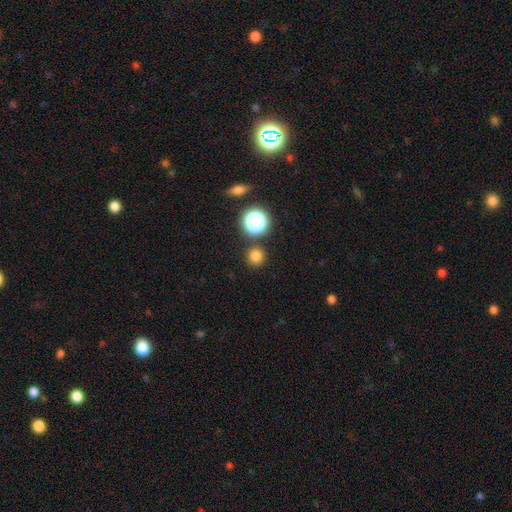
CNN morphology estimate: Smooth or featured: smooth — 78% (star or artifact — 18%)
How rounded: round — 94% (in between — 5%)
Merging: none — 87% (minor disturbance — 6%)